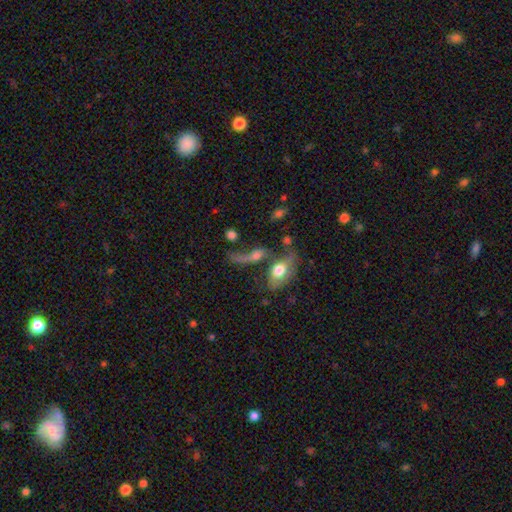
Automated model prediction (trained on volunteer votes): This appears to be a smooth galaxy with no disk features (54%) that is in between round and cigar-shaped (68%). Merging: none (35%).